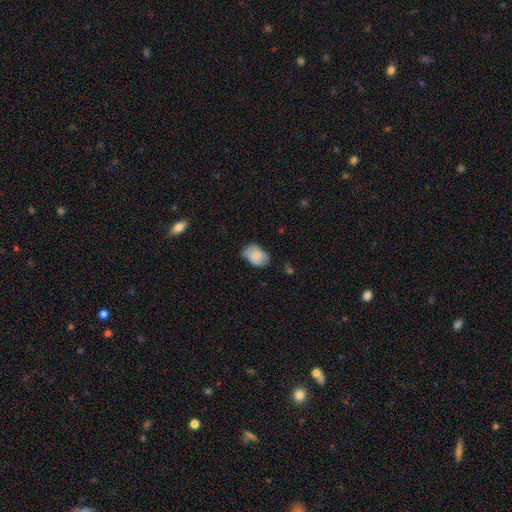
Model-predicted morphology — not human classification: smooth_or_featured: smooth (p=0.76) [alt: featured or disk p=0.16]
how_rounded: in between (p=0.82) [alt: round p=0.17]
merging: none (p=0.54) [alt: minor disturbance p=0.36]